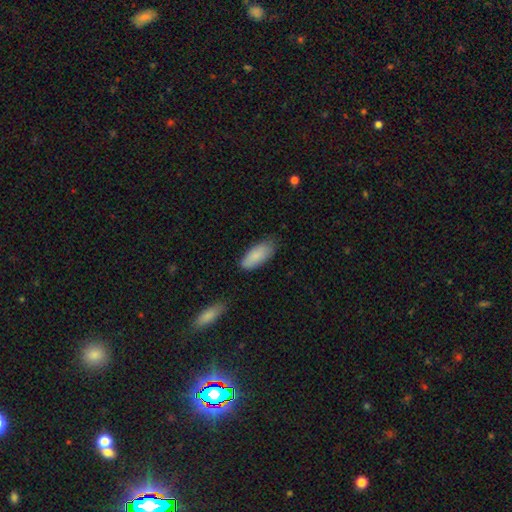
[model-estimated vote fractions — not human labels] smooth_or_featured: smooth (p=0.86) [alt: featured or disk p=0.08]
how_rounded: in between (p=0.83) [alt: cigar-shaped p=0.15]
merging: none (p=0.74) [alt: minor disturbance p=0.21]